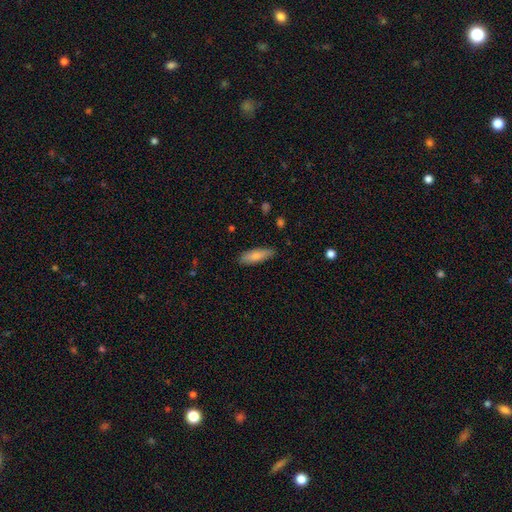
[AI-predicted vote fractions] Q: Smooth or featured?
A: smooth (79%); runner-up: featured or disk (15%)
Q: How rounded?
A: in between (52%); runner-up: cigar-shaped (46%)
Q: Merging?
A: none (84%); runner-up: minor disturbance (13%)